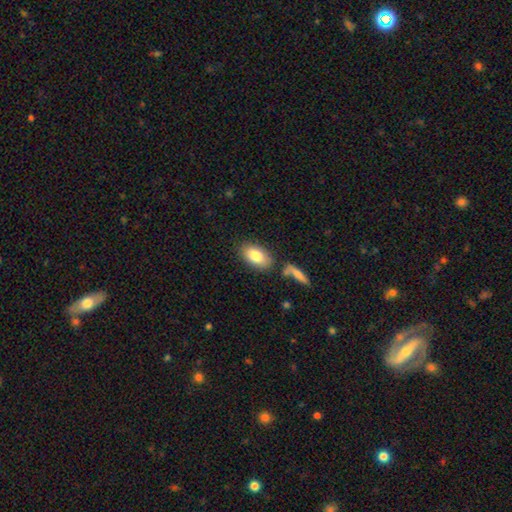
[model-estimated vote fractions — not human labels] Overall: smooth (82%). How rounded: in between (91%). Merging: none (77%).